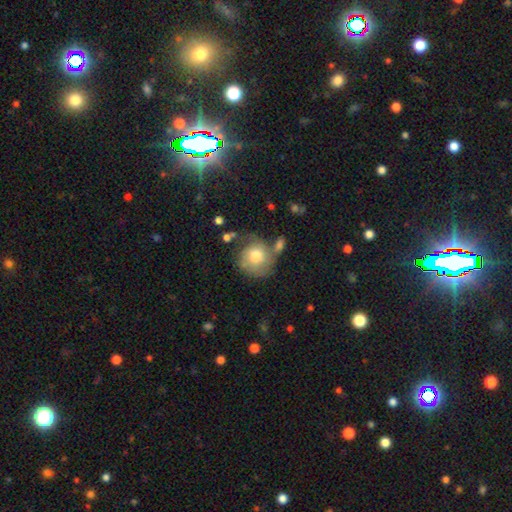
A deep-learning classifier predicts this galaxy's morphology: A smooth galaxy with no disk features (54%) that is round (87%).

Vote fractions:
- Smooth or featured? smooth: 54% / featured or disk: 39% / star or artifact: 8%
- How rounded? round: 87% / in between: 12% / cigar-shaped: 1%
- Merging? none: 47% / minor disturbance: 22% / merger: 17% / major disturbance: 14%